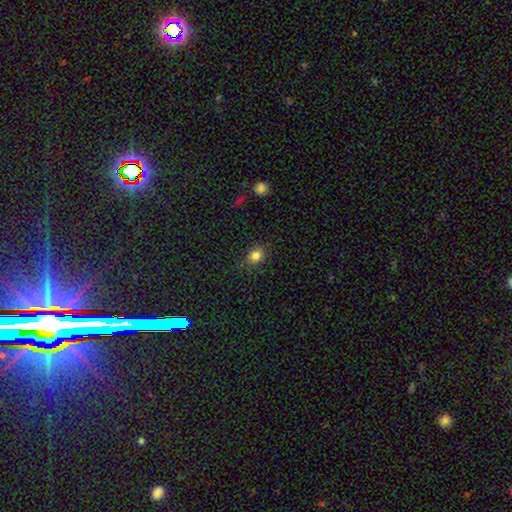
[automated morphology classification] The model was most divided on "how rounded": round: 58%, in between: 41%, cigar-shaped: 1%. More confident: smooth or featured — smooth (83%); merging — none (83%).